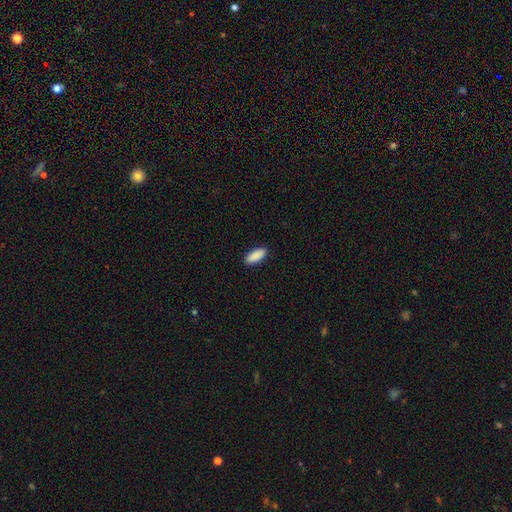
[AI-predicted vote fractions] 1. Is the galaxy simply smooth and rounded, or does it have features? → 91% smooth, 6% star or artifact, 3% featured or disk.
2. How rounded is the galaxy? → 77% in between, 21% cigar-shaped, 2% round.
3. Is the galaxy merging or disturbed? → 91% none, 7% minor disturbance, 2% major disturbance, 1% merger.